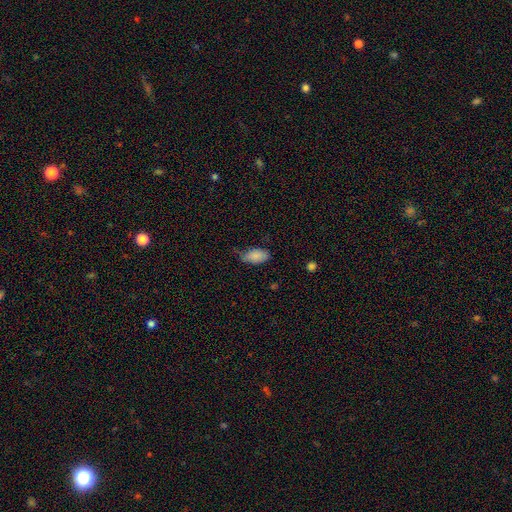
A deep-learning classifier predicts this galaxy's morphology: Smooth or featured: smooth — 85% (star or artifact — 8%)
How rounded: in between — 94% (round — 3%)
Merging: none — 51% (minor disturbance — 38%)